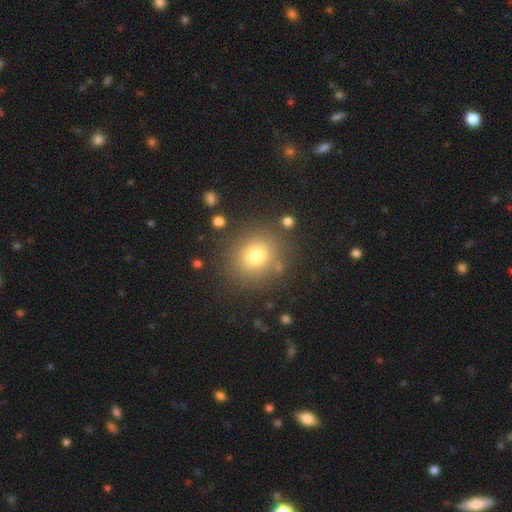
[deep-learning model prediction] smooth 75%, star or artifact 15%, featured or disk 10%. Down the decision tree: how rounded — round (78%); merging — none (84%).